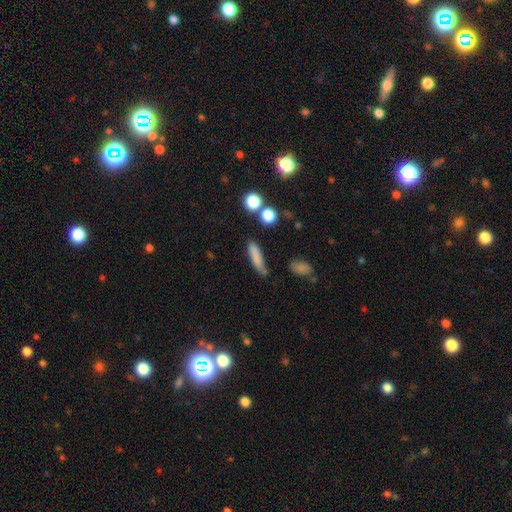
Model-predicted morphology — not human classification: Smooth or featured? smooth (80%)
How rounded? cigar-shaped (72%)
Merging? none (71%)